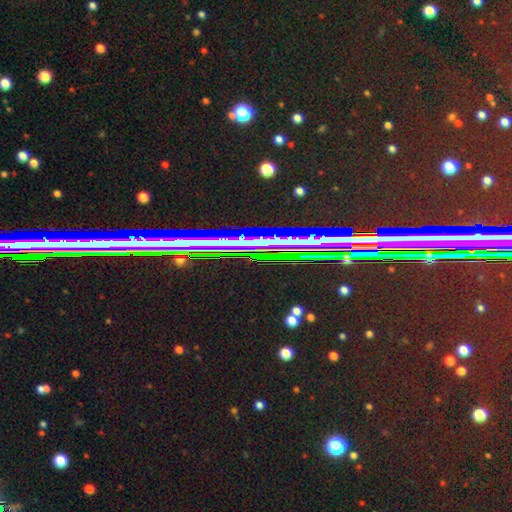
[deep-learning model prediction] Morphology: type=star or artifact (76%).